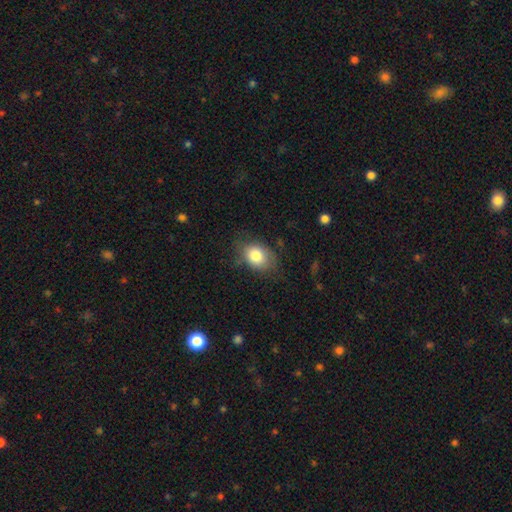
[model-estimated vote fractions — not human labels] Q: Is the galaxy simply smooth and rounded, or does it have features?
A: smooth — 82%.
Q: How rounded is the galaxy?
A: in between — 69%.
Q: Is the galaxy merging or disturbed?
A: none — 71%.